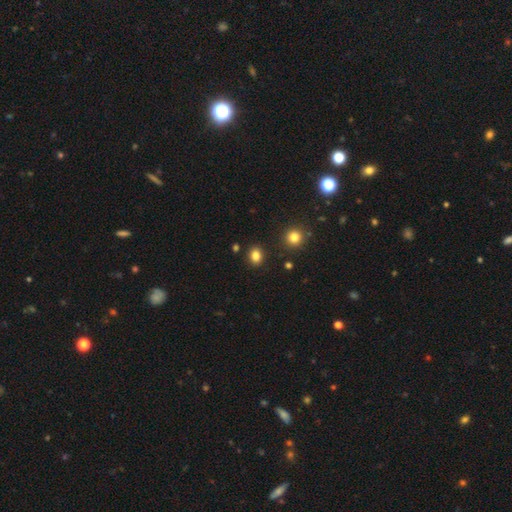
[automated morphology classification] Smooth or featured: smooth — 83% (star or artifact — 12%)
How rounded: round — 54% (in between — 45%)
Merging: none — 88% (minor disturbance — 8%)